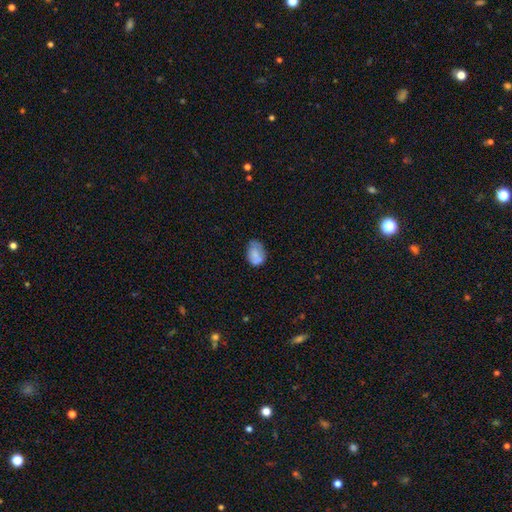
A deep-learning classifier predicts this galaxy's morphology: Smooth or featured? smooth (69%)
How rounded? in between (77%)
Merging? none (52%)